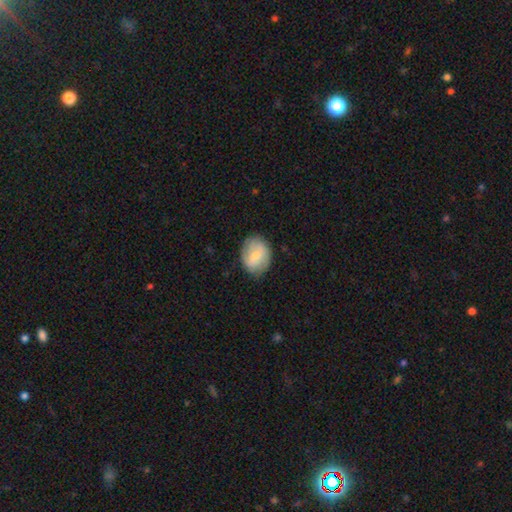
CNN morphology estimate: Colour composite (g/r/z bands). It shows a smooth galaxy with no disk features (64%) that is in between round and cigar-shaped (57%). Merging: none (76%).